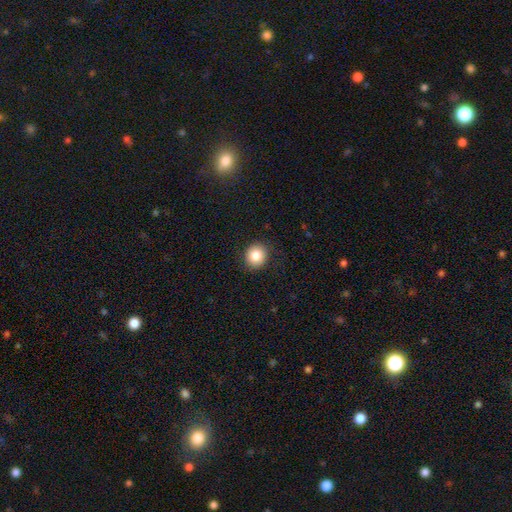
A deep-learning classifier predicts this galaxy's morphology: A smooth galaxy with no disk features (84%) that is round (83%). Merging: none (88%).